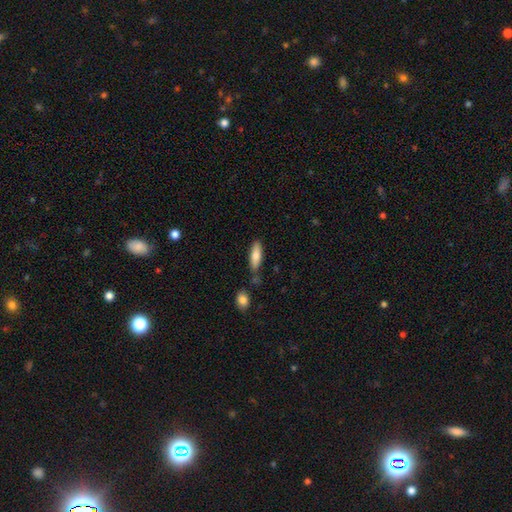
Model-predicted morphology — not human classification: This appears to be a smooth galaxy with no disk features (80%) that is in between round and cigar-shaped (49%, tied with cigar-shaped). Merging: none (73%).